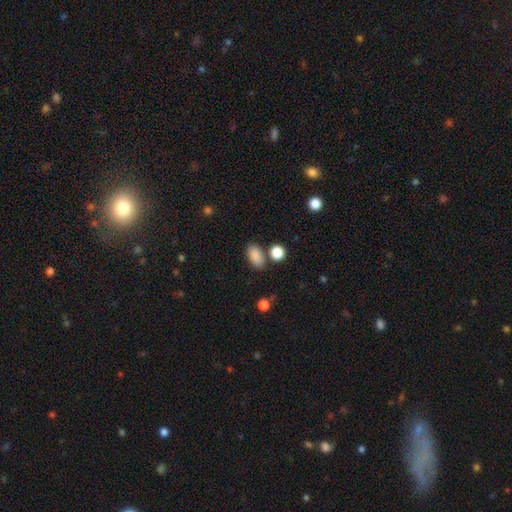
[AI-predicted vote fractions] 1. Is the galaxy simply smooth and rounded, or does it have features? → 87% smooth, 9% star or artifact, 5% featured or disk.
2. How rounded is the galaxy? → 89% in between, 8% round, 3% cigar-shaped.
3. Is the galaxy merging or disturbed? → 74% none, 12% minor disturbance, 10% merger, 4% major disturbance.